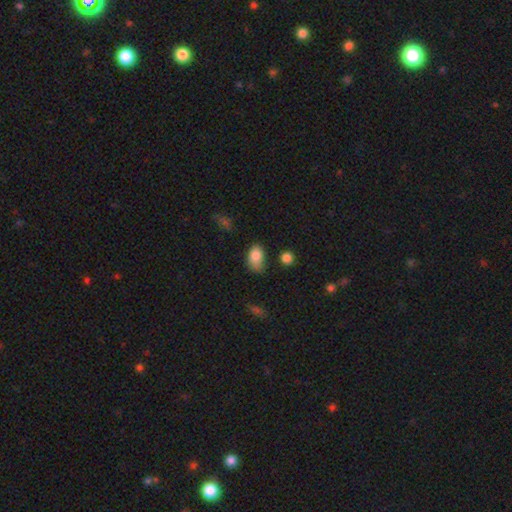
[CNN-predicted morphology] This appears to be a smooth galaxy with no disk features (83%) that is in between round and cigar-shaped (88%). Merging: none (47%).